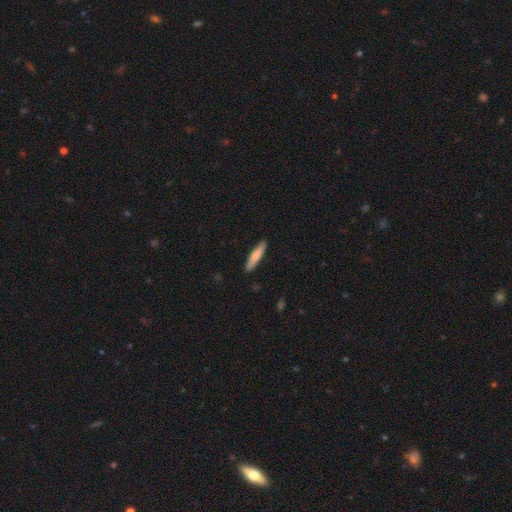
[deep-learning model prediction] Smooth or featured: smooth — 73% (featured or disk — 21%)
How rounded: cigar-shaped — 86% (in between — 13%)
Merging: none — 90% (minor disturbance — 8%)